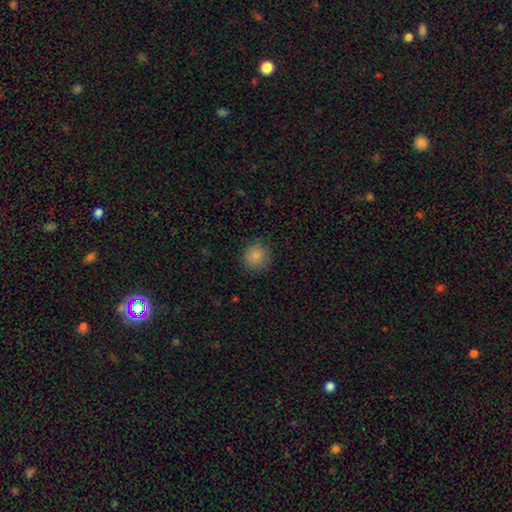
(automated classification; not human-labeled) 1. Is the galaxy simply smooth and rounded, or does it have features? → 86% smooth, 9% star or artifact, 5% featured or disk.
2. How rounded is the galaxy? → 91% round, 8% in between, 1% cigar-shaped.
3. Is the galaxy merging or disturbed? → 86% none, 10% minor disturbance, 3% major disturbance, 1% merger.